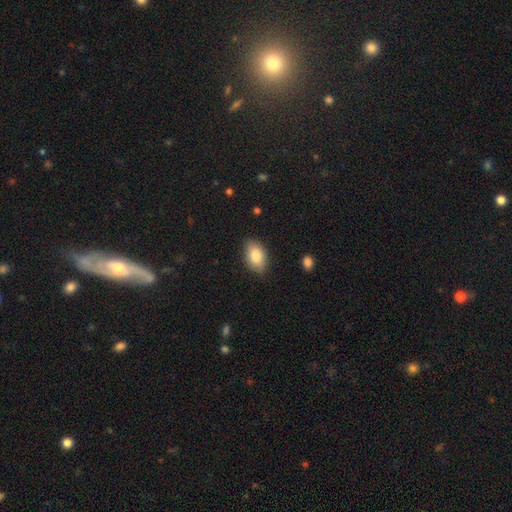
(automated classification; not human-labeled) Overall: smooth (84%). How rounded: in between (91%). Merging: none (84%).